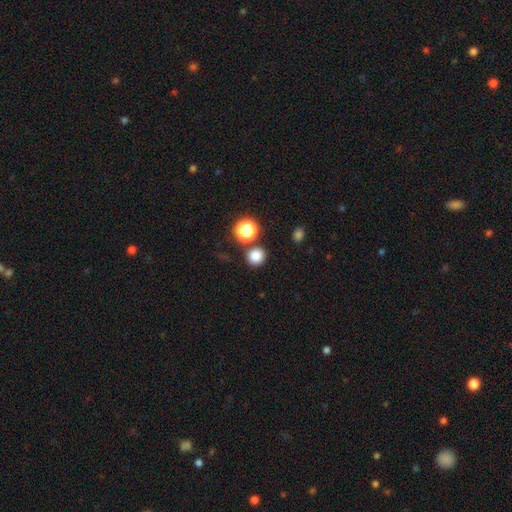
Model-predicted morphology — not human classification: smooth 81%, star or artifact 14%, featured or disk 5%. Down the decision tree: how rounded — round (90%); merging — none (81%).